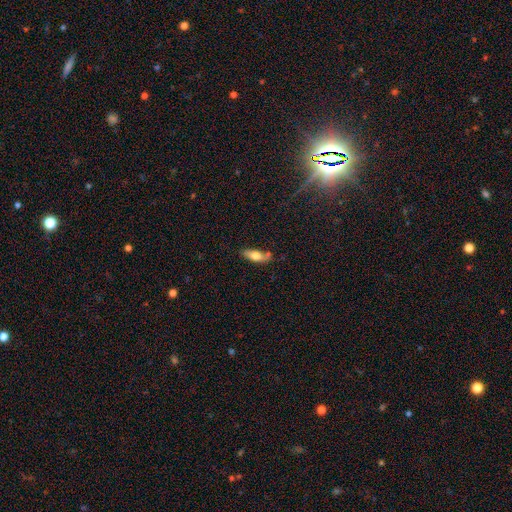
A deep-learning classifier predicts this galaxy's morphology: A smooth galaxy with no disk features (65%) that is in between round and cigar-shaped (61%).

Vote fractions:
- Smooth or featured? smooth: 65% / featured or disk: 29% / star or artifact: 7%
- How rounded? in between: 61% / cigar-shaped: 36% / round: 3%
- Merging? none: 65% / minor disturbance: 22% / merger: 8% / major disturbance: 5%